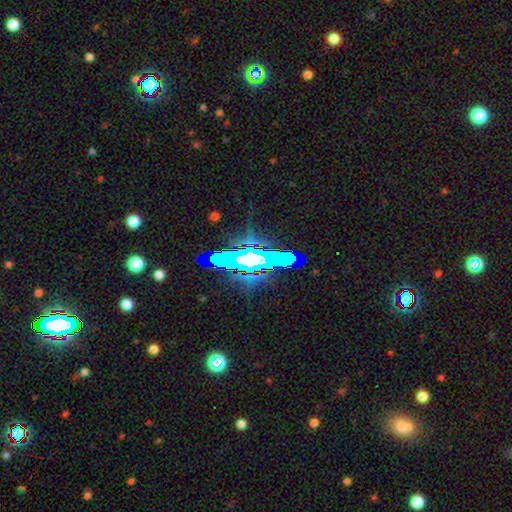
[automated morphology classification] smooth_or_featured: star or artifact (p=0.43) [alt: featured or disk p=0.37]